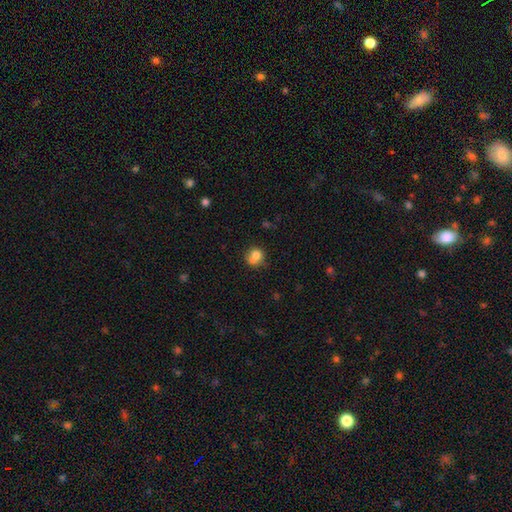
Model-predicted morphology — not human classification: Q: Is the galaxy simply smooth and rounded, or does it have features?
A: smooth — 77%.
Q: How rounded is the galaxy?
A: round — 82%.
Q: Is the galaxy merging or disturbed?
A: none — 51%.